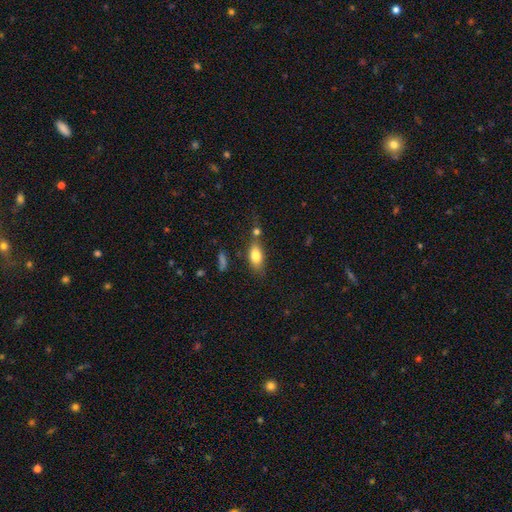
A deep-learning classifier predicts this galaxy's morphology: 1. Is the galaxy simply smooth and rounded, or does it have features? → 79% smooth, 13% featured or disk, 8% star or artifact.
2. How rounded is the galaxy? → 83% in between, 10% cigar-shaped, 6% round.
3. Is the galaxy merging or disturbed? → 60% none, 18% minor disturbance, 16% merger, 6% major disturbance.